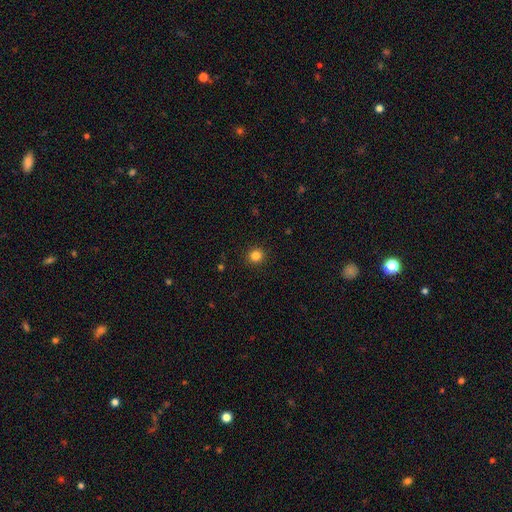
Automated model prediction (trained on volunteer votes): Overall: smooth (84%). How rounded: round (93%). Merging: none (92%).